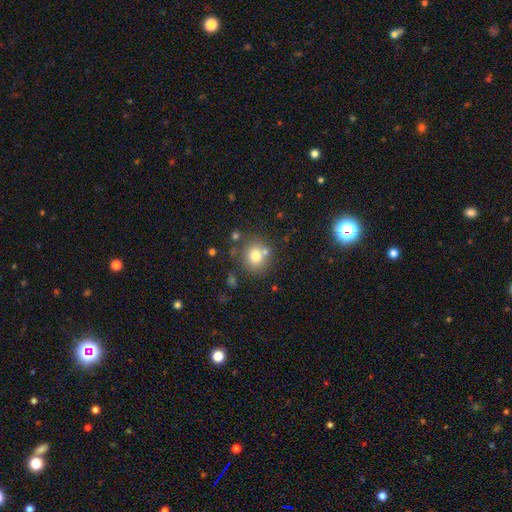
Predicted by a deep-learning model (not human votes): Smooth or featured: smooth — 76% (featured or disk — 12%)
How rounded: round — 86% (in between — 13%)
Merging: none — 72% (merger — 13%)